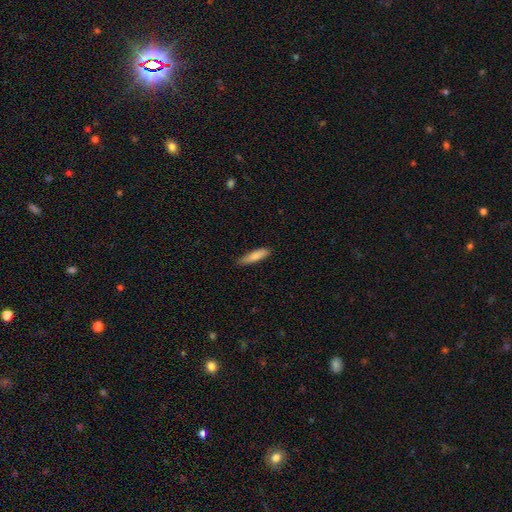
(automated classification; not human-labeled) Morphology: type=smooth (82%); roundness=cigar-shaped (71%); merging=none (79%).